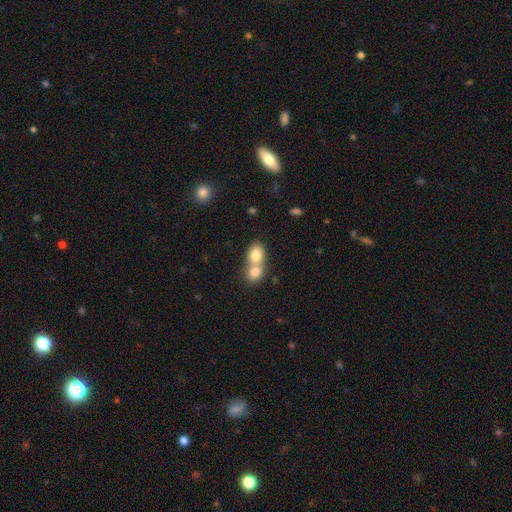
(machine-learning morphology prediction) This appears to be a smooth galaxy with no disk features (78%) that is in between round and cigar-shaped (59%). Merging: merger (70%).